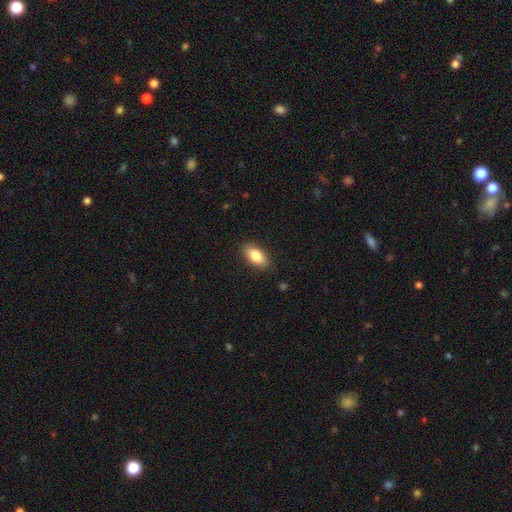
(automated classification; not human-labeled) Smooth or featured: smooth — 84% (featured or disk — 9%)
How rounded: in between — 90% (cigar-shaped — 6%)
Merging: none — 87% (minor disturbance — 10%)